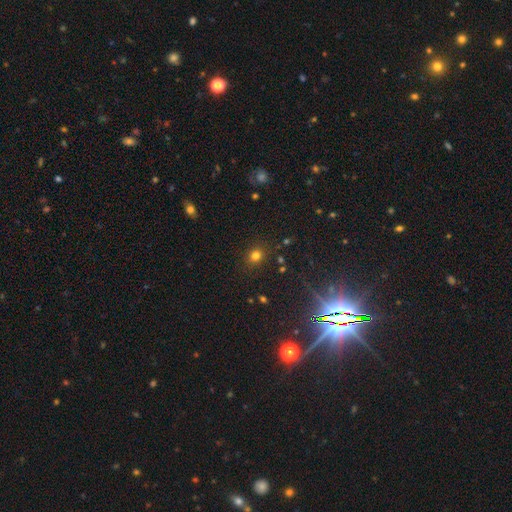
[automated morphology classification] The model was most divided on "smooth or featured": smooth: 75%, star or artifact: 19%, featured or disk: 6%. More confident: merging — none (88%); how rounded — round (81%).